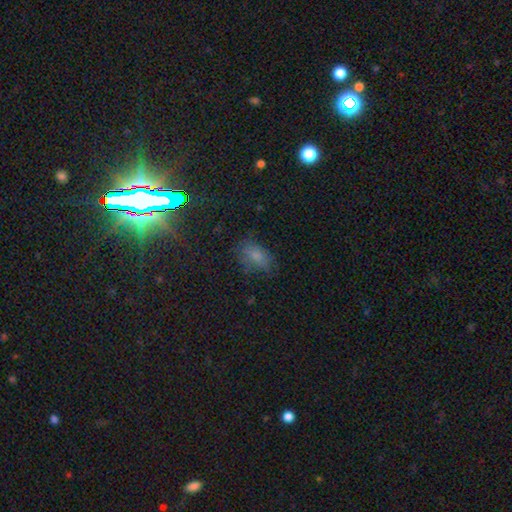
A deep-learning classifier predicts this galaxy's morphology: Overall: smooth (67%). How rounded: in between (87%). Merging: none (64%).